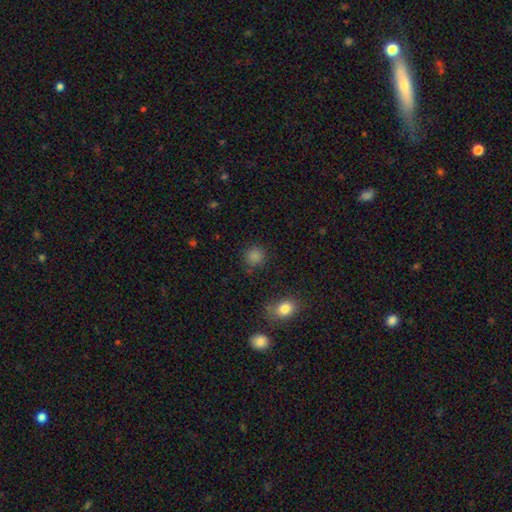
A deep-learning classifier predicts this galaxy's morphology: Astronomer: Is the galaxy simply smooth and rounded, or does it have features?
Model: smooth — 79%.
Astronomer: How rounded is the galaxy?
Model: round — 89%.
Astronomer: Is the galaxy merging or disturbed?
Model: none — 85%.